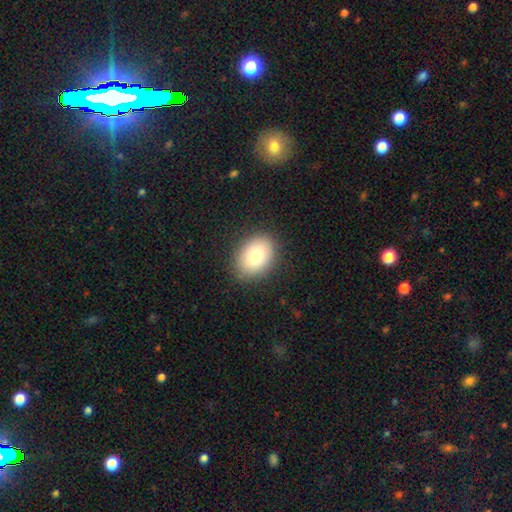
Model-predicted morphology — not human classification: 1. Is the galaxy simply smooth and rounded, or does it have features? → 82% smooth, 10% featured or disk, 8% star or artifact.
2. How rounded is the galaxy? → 71% in between, 28% round, 1% cigar-shaped.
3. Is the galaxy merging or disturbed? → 86% none, 10% minor disturbance, 3% major disturbance, 1% merger.